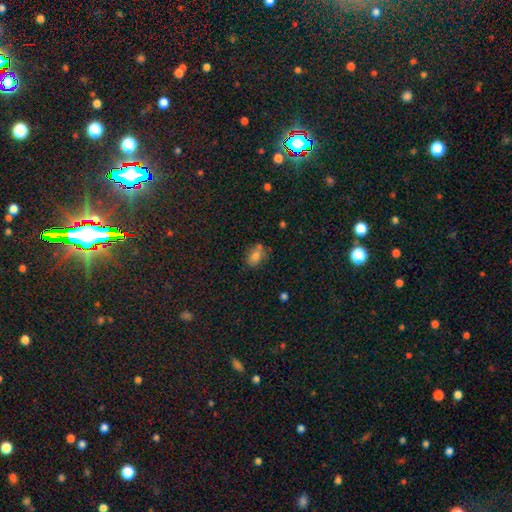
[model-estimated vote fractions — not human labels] Smooth or featured? smooth (72%)
How rounded? in between (68%)
Merging? none (65%)